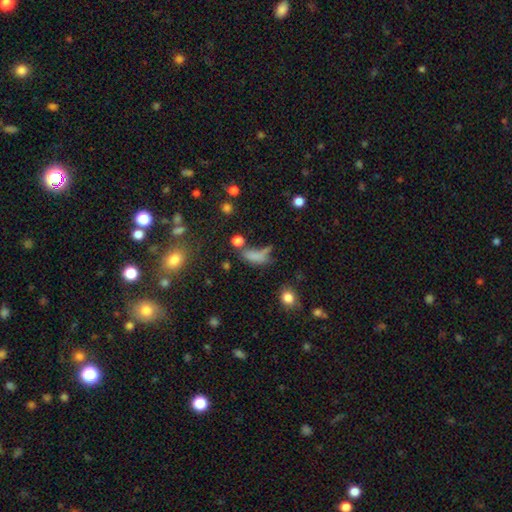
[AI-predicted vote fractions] Overall: smooth (69%). How rounded: in between (67%). Merging: none (33%; major disturbance 25%).